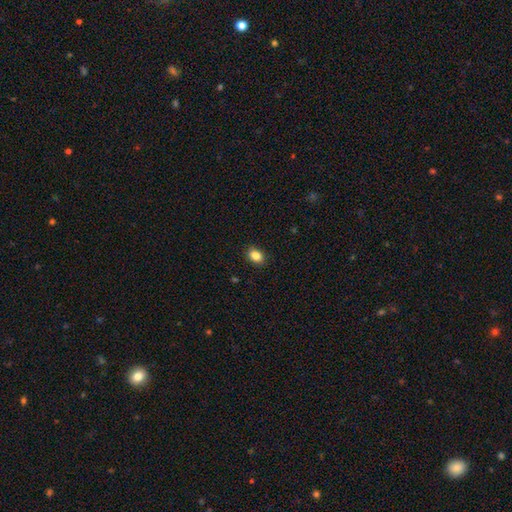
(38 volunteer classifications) A smooth galaxy with no disk features (87%) that is in between round and cigar-shaped (73%). Merging: none (94%).